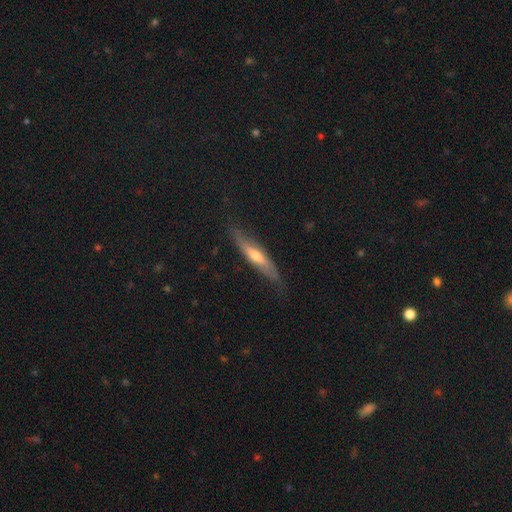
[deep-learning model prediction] smooth_or_featured: featured or disk (p=0.58) [alt: smooth p=0.36]
disk_edge_on: yes (p=0.76) [alt: no p=0.24]
merging: none (p=0.75) [alt: minor disturbance p=0.19]